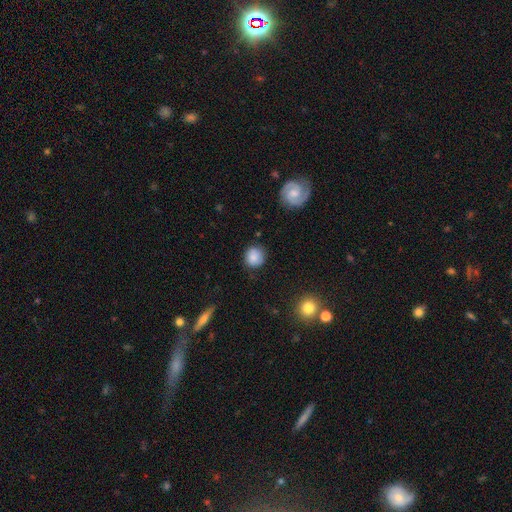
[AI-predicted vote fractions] This appears to be a smooth galaxy with no disk features (83%) that is round (88%). Merging: none (83%).